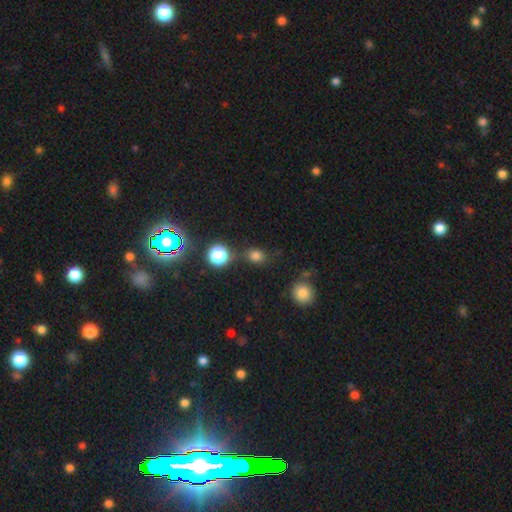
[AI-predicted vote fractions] Morphology: type=smooth (73%); roundness=round (59%); merging=none (68%).